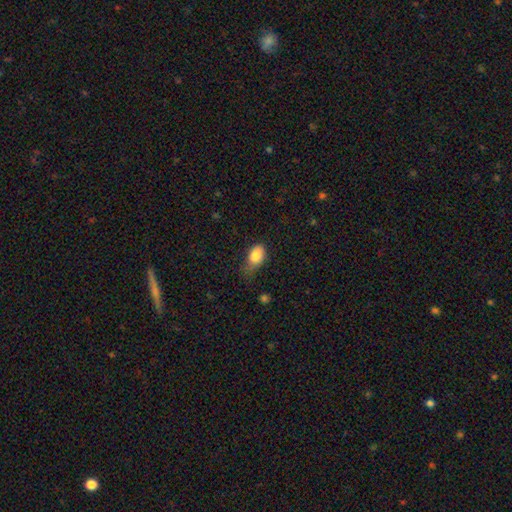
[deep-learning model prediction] smooth_or_featured: smooth (p=0.85) [alt: star or artifact p=0.08]
how_rounded: in between (p=0.86) [alt: round p=0.12]
merging: minor disturbance (p=0.43) [alt: none p=0.40]